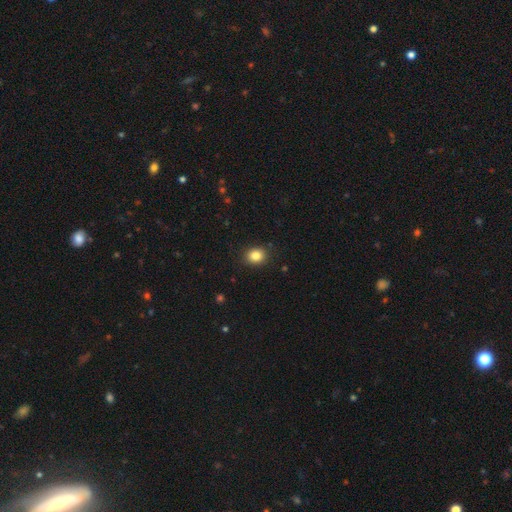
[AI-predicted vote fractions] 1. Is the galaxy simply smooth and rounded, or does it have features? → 85% smooth, 10% star or artifact, 5% featured or disk.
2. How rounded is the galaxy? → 62% round, 37% in between, 1% cigar-shaped.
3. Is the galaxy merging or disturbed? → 88% none, 8% minor disturbance, 2% major disturbance, 1% merger.